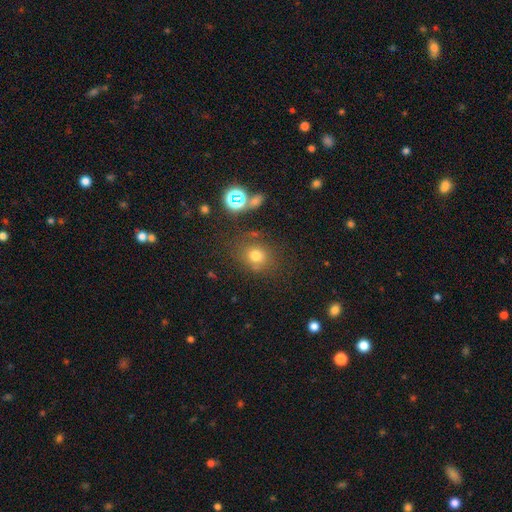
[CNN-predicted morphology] A smooth galaxy with no disk features (71%) that is round (74%).

Vote fractions:
- Smooth or featured? smooth: 71% / star or artifact: 20% / featured or disk: 9%
- How rounded? round: 74% / in between: 25% / cigar-shaped: 1%
- Merging? none: 72% / minor disturbance: 14% / merger: 7% / major disturbance: 7%